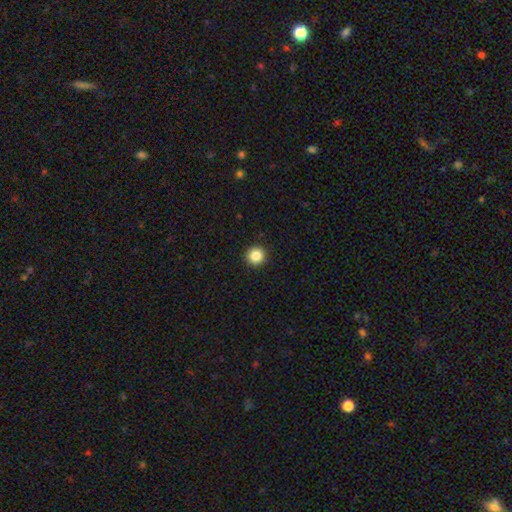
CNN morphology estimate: Smooth or featured? smooth (86%)
How rounded? round (95%)
Merging? none (93%)